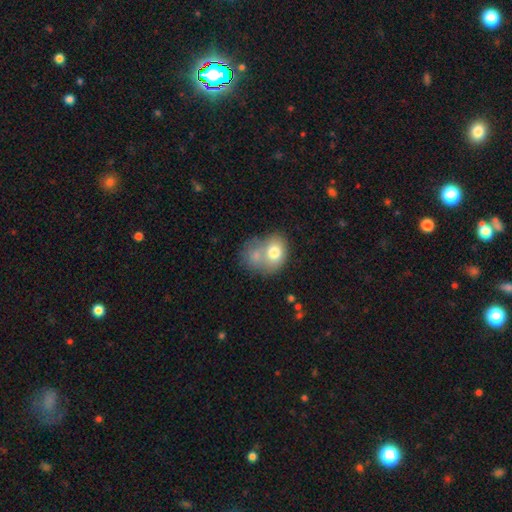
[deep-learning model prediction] Overall: smooth (71%). How rounded: in between (51%; round 48%). Merging: merger (60%; none 21%).